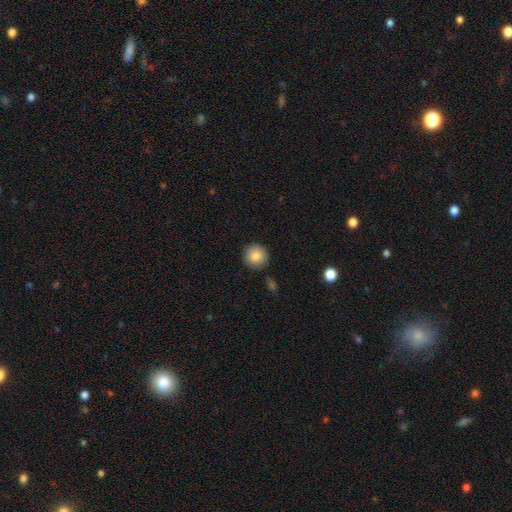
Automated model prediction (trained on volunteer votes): Smooth or featured?
  - smooth: 86% *
  - star or artifact: 8%
  - featured or disk: 6%
How rounded?
  - round: 94% *
  - in between: 5%
  - cigar-shaped: 1%
Merging?
  - none: 87% *
  - minor disturbance: 9%
  - merger: 2%
  - major disturbance: 2%